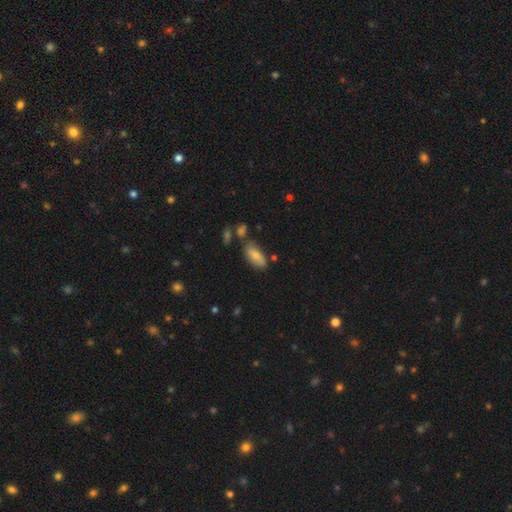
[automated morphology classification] smooth-or-featured: smooth: 75% | featured or disk: 18% | star or artifact: 7%
  how-rounded: in between: 88% | cigar-shaped: 9% | round: 3%
  merging: none: 66% | minor disturbance: 20% | merger: 9% | major disturbance: 5%